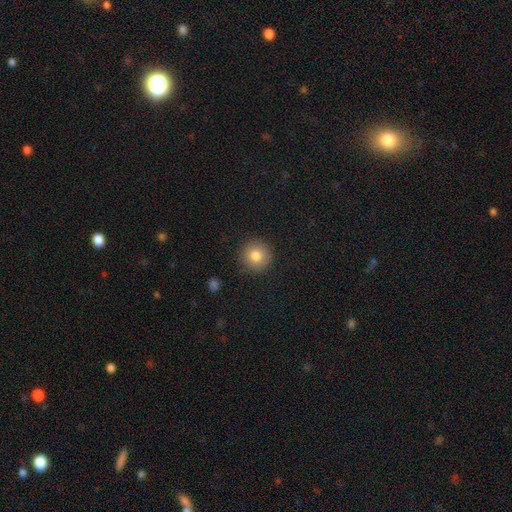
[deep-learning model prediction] Q: Smooth or featured?
A: smooth (80%); runner-up: featured or disk (10%)
Q: How rounded?
A: round (95%); runner-up: in between (4%)
Q: Merging?
A: none (91%); runner-up: minor disturbance (6%)